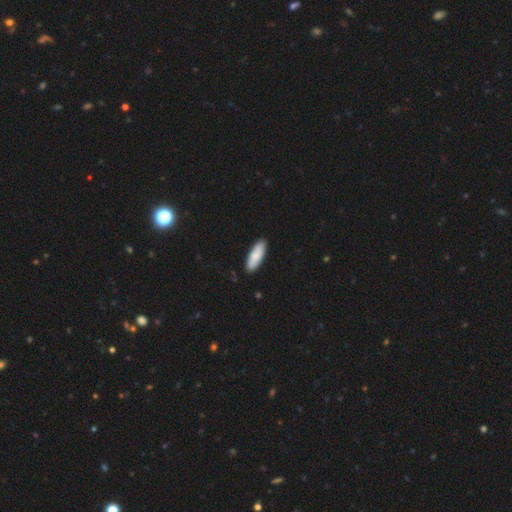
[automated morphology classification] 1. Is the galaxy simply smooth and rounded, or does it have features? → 86% smooth, 9% featured or disk, 5% star or artifact.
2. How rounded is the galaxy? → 59% in between, 40% cigar-shaped, 2% round.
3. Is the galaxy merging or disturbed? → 90% none, 8% minor disturbance, 1% major disturbance, 1% merger.